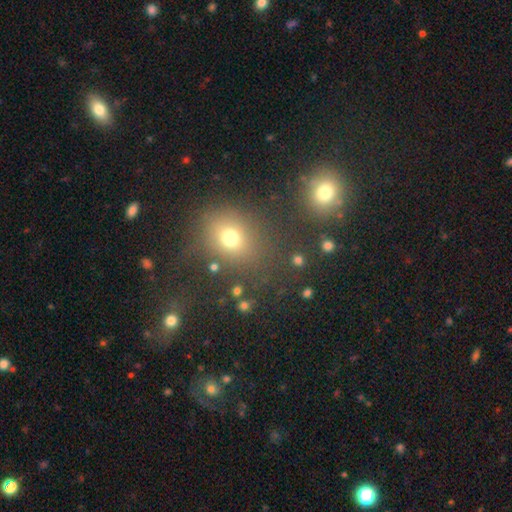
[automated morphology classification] Smooth or featured?
  - smooth: 54% *
  - star or artifact: 36%
  - featured or disk: 9%
How rounded?
  - round: 67% *
  - in between: 31%
  - cigar-shaped: 2%
Merging?
  - none: 73% *
  - minor disturbance: 11%
  - merger: 10%
  - major disturbance: 5%